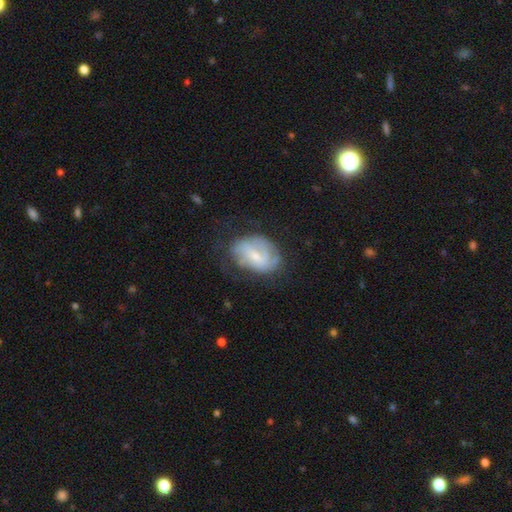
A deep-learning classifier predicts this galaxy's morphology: A featured or disk galaxy (62%) with a weak bar (52%), spiral arms (77%) and a small central bulge (54%).

Vote fractions:
- Smooth or featured? featured or disk: 62% / smooth: 30% / star or artifact: 7%
- Edge-on disk? no: 96% / yes: 4%
- Bar? weak: 52% / no: 33% / strong: 15%
- Spiral arms? yes: 77% / no: 23%
- Bulge size? small: 54% / moderate: 35% / none: 7% / large: 3% / dominant: 1%
- Merging? none: 55% / minor disturbance: 27% / major disturbance: 16% / merger: 2%